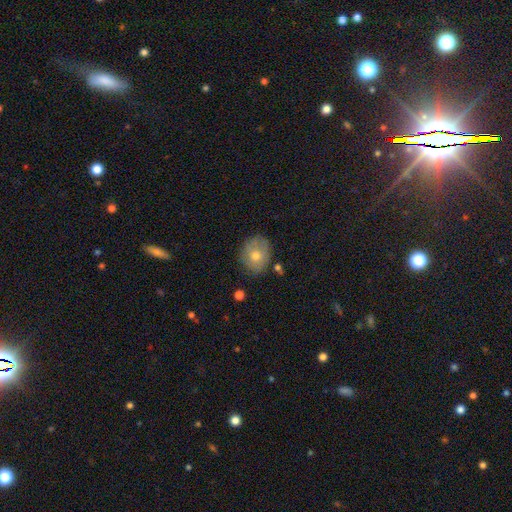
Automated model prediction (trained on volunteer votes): Q: Smooth or featured?
A: smooth (70%); runner-up: featured or disk (23%)
Q: How rounded?
A: round (60%); runner-up: in between (39%)
Q: Merging?
A: none (73%); runner-up: minor disturbance (18%)